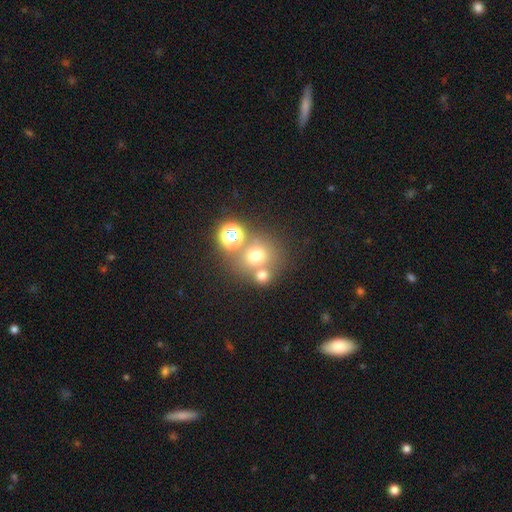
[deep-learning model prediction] Smooth or featured? Predicted: smooth (p=0.64). How rounded? Predicted: round (p=0.85). Merging? Predicted: none (p=0.56).